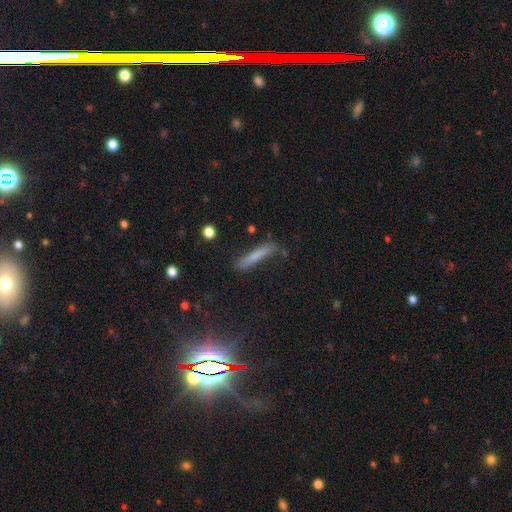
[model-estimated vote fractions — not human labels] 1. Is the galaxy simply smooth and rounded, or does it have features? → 70% smooth, 21% featured or disk, 9% star or artifact.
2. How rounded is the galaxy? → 93% cigar-shaped, 5% in between, 2% round.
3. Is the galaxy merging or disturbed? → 72% none, 20% minor disturbance, 5% major disturbance, 3% merger.